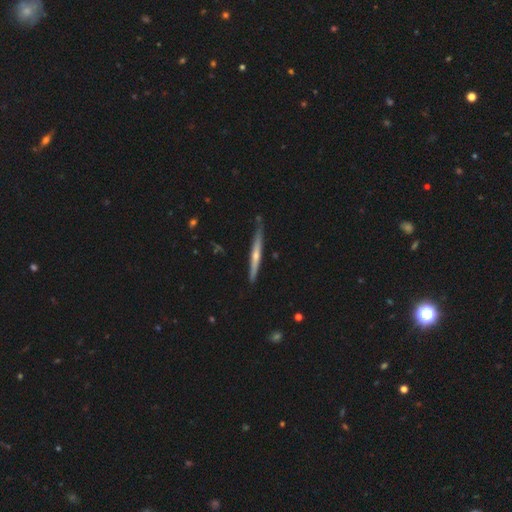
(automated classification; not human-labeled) A featured or disk galaxy (65%) viewed edge-on (97%) with a rounded central bulge (69%).

Vote fractions:
- Smooth or featured? featured or disk: 65% / smooth: 29% / star or artifact: 6%
- Edge-on disk? yes: 97% / no: 3%
- Edge-on bulge? rounded: 69% / none: 27% / boxy: 4%
- Merging? none: 82% / minor disturbance: 14% / major disturbance: 2% / merger: 2%